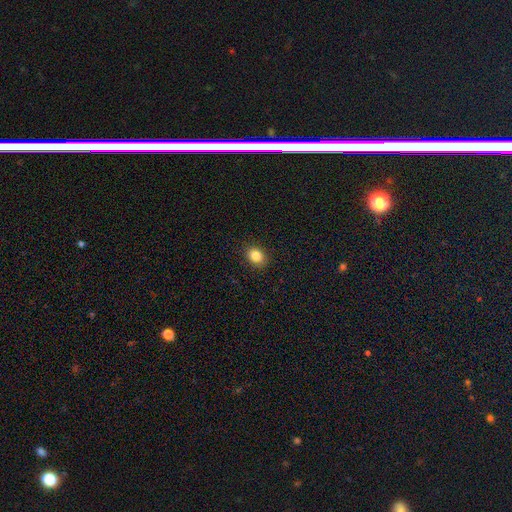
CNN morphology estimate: A smooth galaxy with no disk features (84%) that is in between round and cigar-shaped (52%). Merging: none (90%).